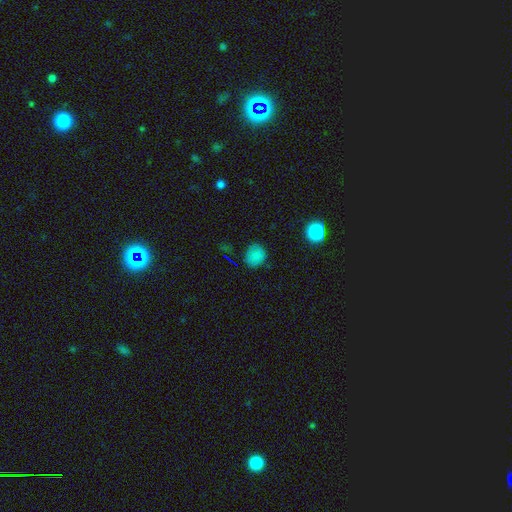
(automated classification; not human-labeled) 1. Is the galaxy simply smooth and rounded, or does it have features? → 78% smooth, 17% star or artifact, 5% featured or disk.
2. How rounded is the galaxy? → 74% round, 25% in between, 1% cigar-shaped.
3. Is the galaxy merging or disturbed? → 80% none, 15% minor disturbance, 3% major disturbance, 2% merger.